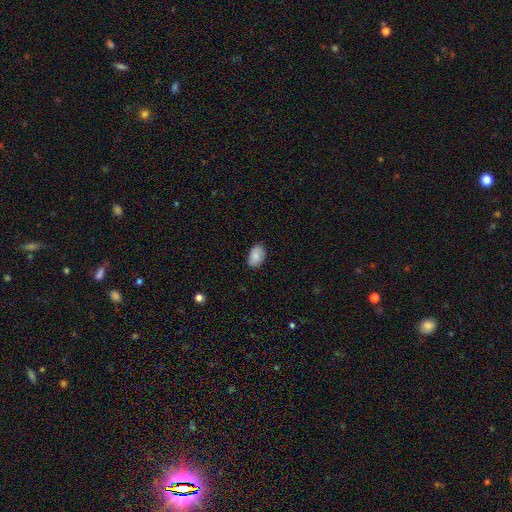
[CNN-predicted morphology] A smooth galaxy with no disk features (84%) that is in between round and cigar-shaped (88%). Merging: none (81%).